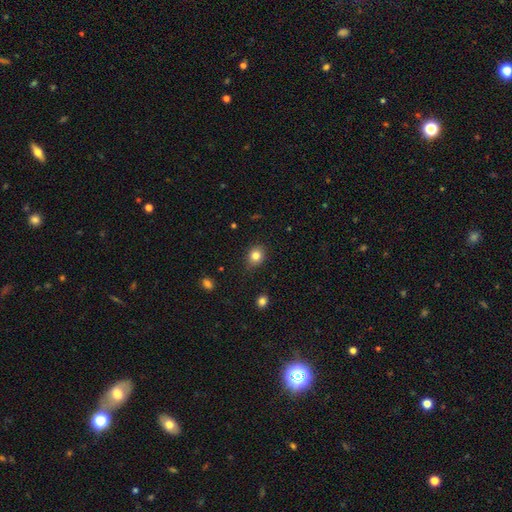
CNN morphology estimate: smooth 82%, star or artifact 11%, featured or disk 7%. Down the decision tree: how rounded — round (64%); merging — none (84%).